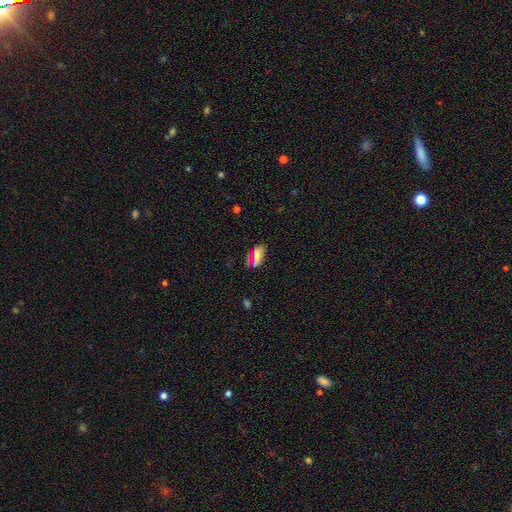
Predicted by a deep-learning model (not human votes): Morphology: type=smooth (58%); roundness=in between (85%); merging=none (72%).